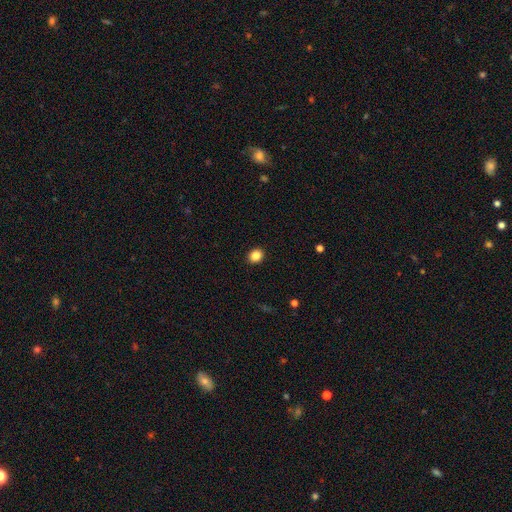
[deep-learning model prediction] Smooth or featured? smooth (87%)
How rounded? round (67%)
Merging? none (92%)